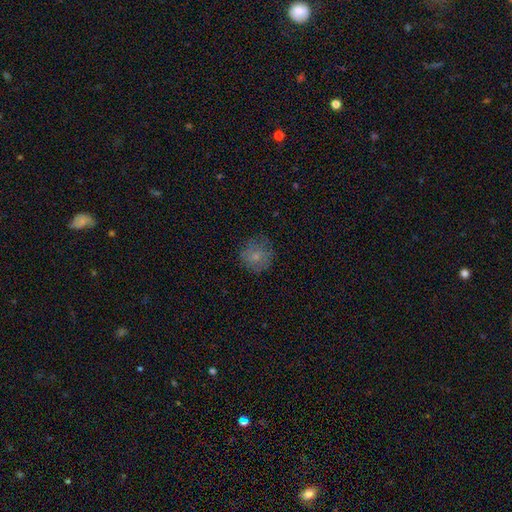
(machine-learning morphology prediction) Smooth or featured? Predicted: smooth (p=0.74). How rounded? Predicted: round (p=0.89). Merging? Predicted: none (p=0.74).